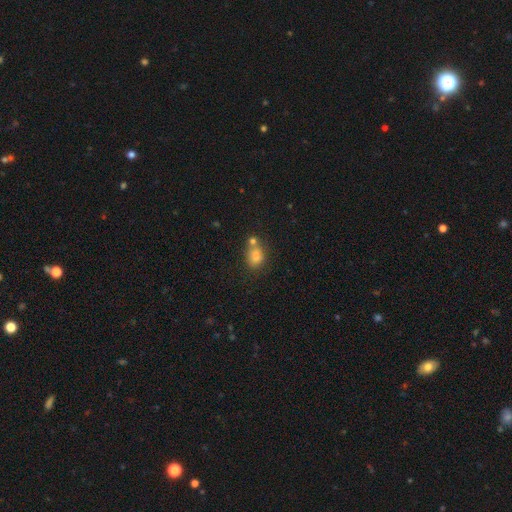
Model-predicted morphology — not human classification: Overall: smooth (80%). How rounded: in between (60%; round 39%). Merging: none (49%; merger 30%).